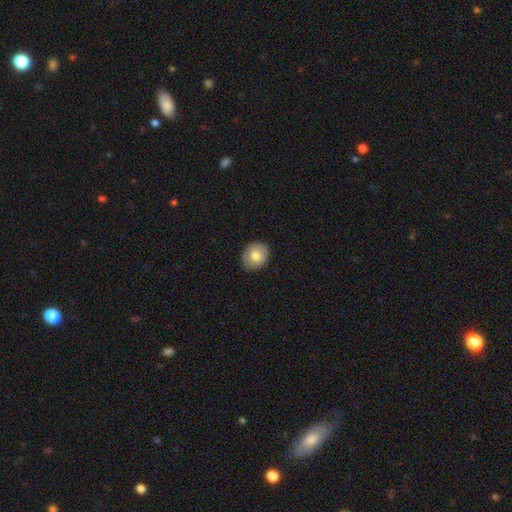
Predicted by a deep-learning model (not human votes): smooth_or_featured: smooth (p=0.77) [alt: featured or disk p=0.16]
how_rounded: round (p=0.70) [alt: in between p=0.29]
merging: none (p=0.87) [alt: minor disturbance p=0.10]